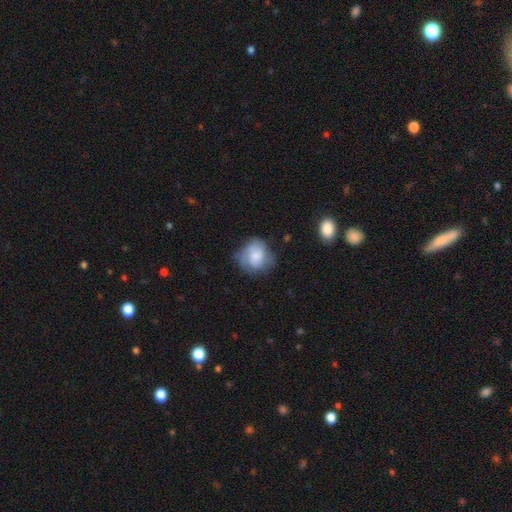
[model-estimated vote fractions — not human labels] Q: Smooth or featured?
A: featured or disk (48%); runner-up: smooth (45%)
Q: Merging?
A: none (58%); runner-up: minor disturbance (26%)